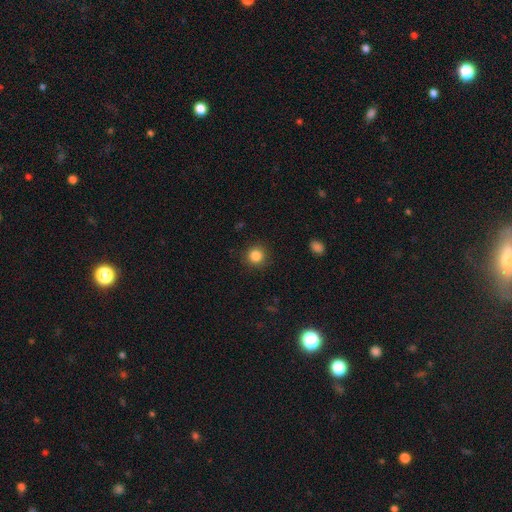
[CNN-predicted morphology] Overall: smooth (84%). How rounded: round (94%). Merging: none (91%).